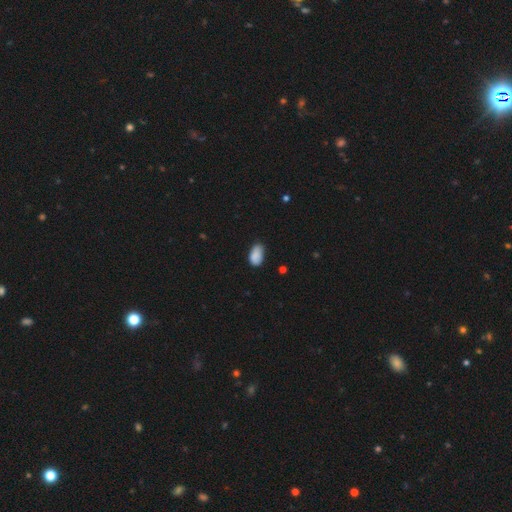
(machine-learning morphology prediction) Overall: smooth (87%). How rounded: in between (93%). Merging: none (65%; minor disturbance 29%).